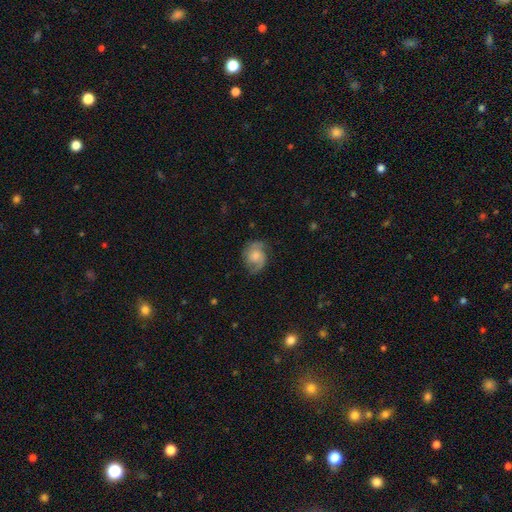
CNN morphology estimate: A featured or disk galaxy (61%) with no bar (70%), 2 (77%) medium (47%) spiral arms (90%) and a moderate central bulge (44%).

Vote fractions:
- Smooth or featured? featured or disk: 61% / smooth: 32% / star or artifact: 8%
- Edge-on disk? no: 97% / yes: 3%
- Bar? no: 70% / weak: 26% / strong: 4%
- Spiral arms? yes: 90% / no: 10%
- Spiral winding? medium: 47% / tight: 28% / loose: 25%
- Spiral arm count? 2: 77% / can't tell: 10% / 1: 6% / 3: 4% / 4: 1% / more than 4: 1%
- Bulge size? moderate: 44% / small: 33% / large: 11% / none: 10% / dominant: 2%
- Merging? none: 67% / minor disturbance: 22% / major disturbance: 10% / merger: 1%